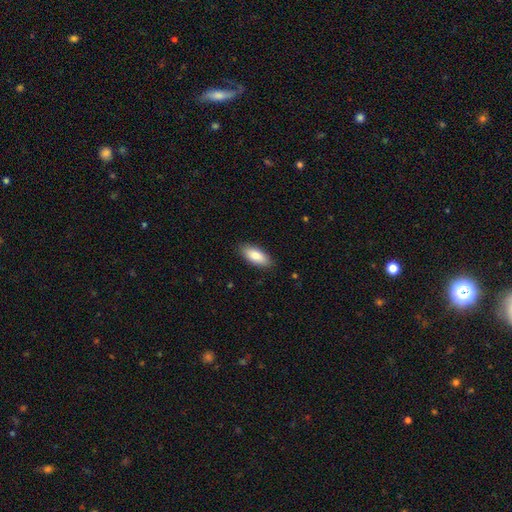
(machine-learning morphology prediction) Smooth or featured? smooth (85%)
How rounded? in between (84%)
Merging? none (88%)